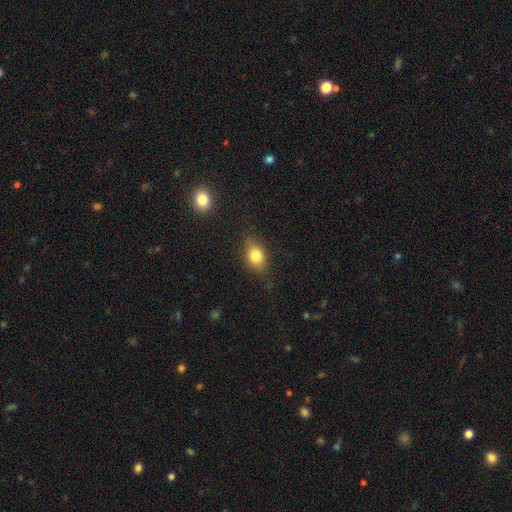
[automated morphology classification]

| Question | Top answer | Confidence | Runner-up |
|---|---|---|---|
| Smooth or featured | smooth | 80% | featured or disk (10%) |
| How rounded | in between | 69% | round (29%) |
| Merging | none | 76% | minor disturbance (18%) |